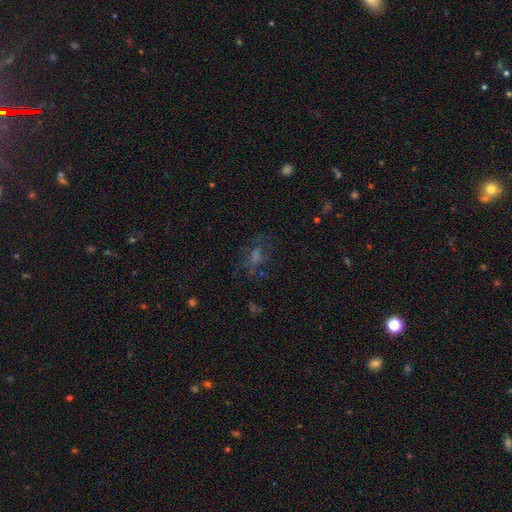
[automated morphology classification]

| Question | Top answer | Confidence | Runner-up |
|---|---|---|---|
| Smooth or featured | smooth | 34% | star or artifact (33%) |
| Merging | none | 60% | major disturbance (19%) |